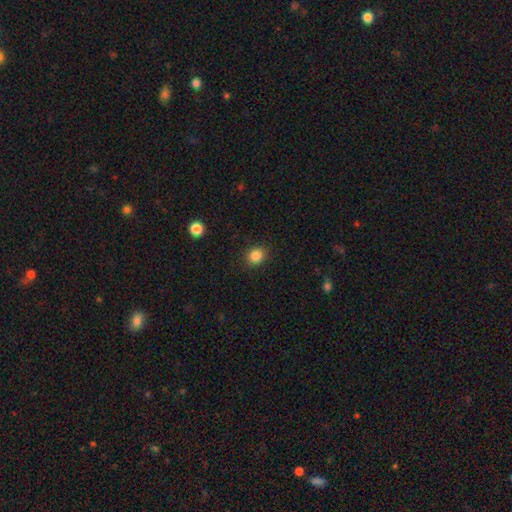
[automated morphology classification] Smooth or featured? smooth (85%)
How rounded? round (76%)
Merging? none (89%)